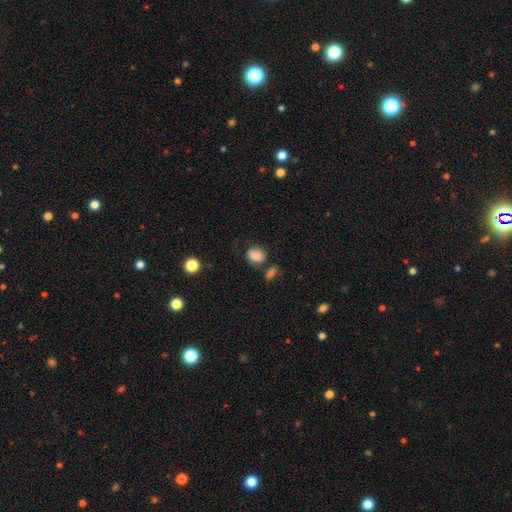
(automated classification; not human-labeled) Smooth or featured?
  - smooth: 82% *
  - star or artifact: 9%
  - featured or disk: 8%
How rounded?
  - round: 56% *
  - in between: 43%
  - cigar-shaped: 1%
Merging?
  - none: 60% *
  - minor disturbance: 20%
  - merger: 13%
  - major disturbance: 7%